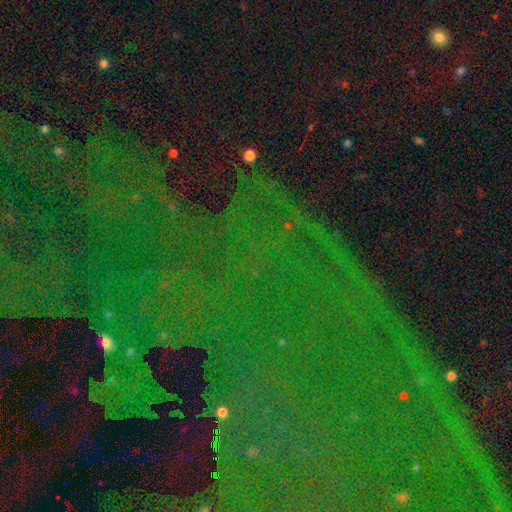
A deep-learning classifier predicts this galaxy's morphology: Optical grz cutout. It shows a star or artifact, not a galaxy (85%).